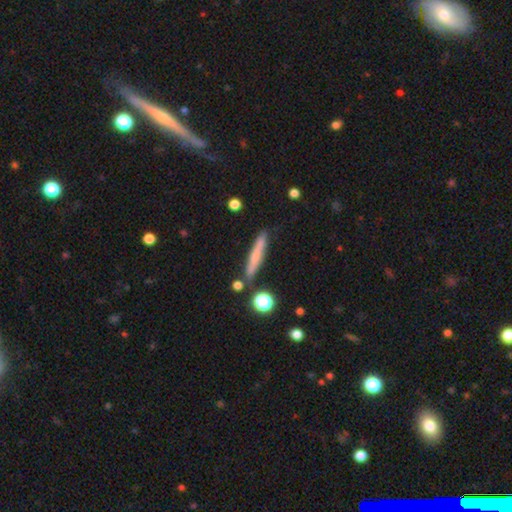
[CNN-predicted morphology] type=smooth (62%); roundness=cigar-shaped (93%); merging=none (82%).